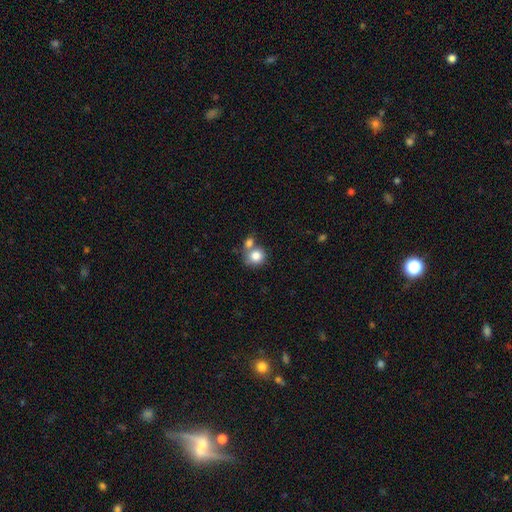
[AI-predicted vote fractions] Q: Smooth or featured?
A: smooth (82%); runner-up: featured or disk (9%)
Q: How rounded?
A: round (78%); runner-up: in between (22%)
Q: Merging?
A: none (44%); runner-up: merger (41%)